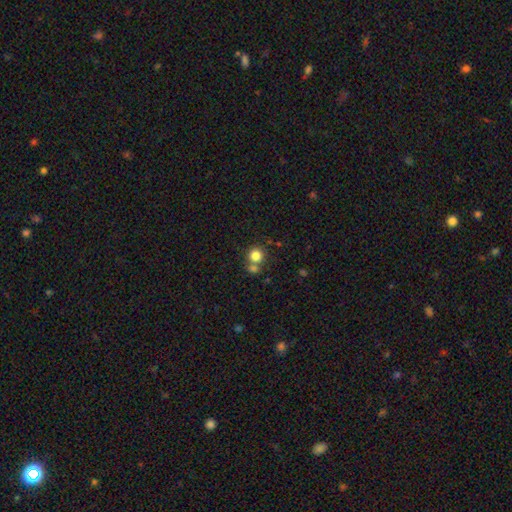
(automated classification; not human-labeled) Q: Smooth or featured?
A: smooth (82%); runner-up: star or artifact (11%)
Q: How rounded?
A: round (91%); runner-up: in between (9%)
Q: Merging?
A: none (61%); runner-up: merger (28%)